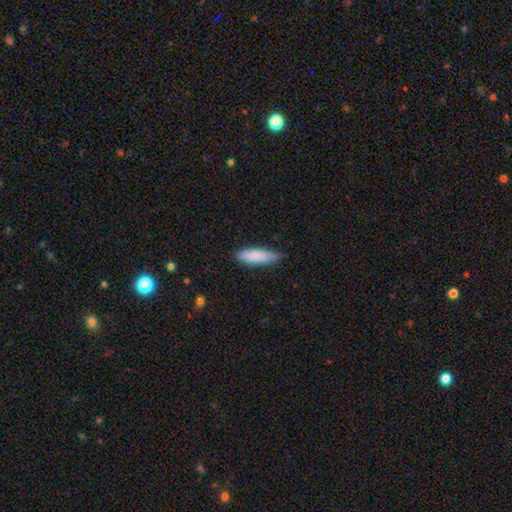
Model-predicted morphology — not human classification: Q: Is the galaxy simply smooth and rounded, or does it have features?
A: smooth — 84%.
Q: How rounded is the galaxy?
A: cigar-shaped — 55%.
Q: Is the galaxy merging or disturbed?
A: none — 60%.